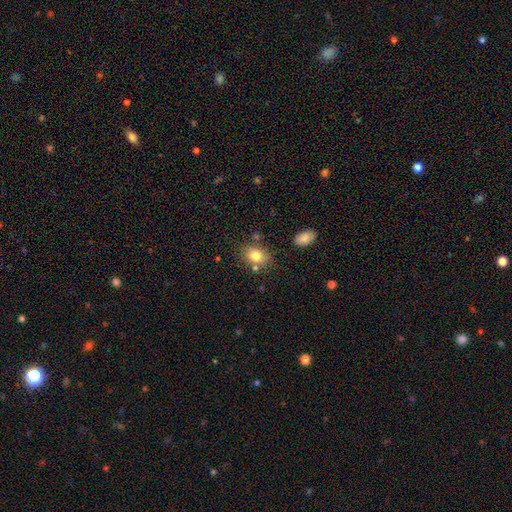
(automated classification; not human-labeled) smooth 79%, featured or disk 11%, star or artifact 10%. Down the decision tree: how rounded — in between (64%); merging — none (73%).